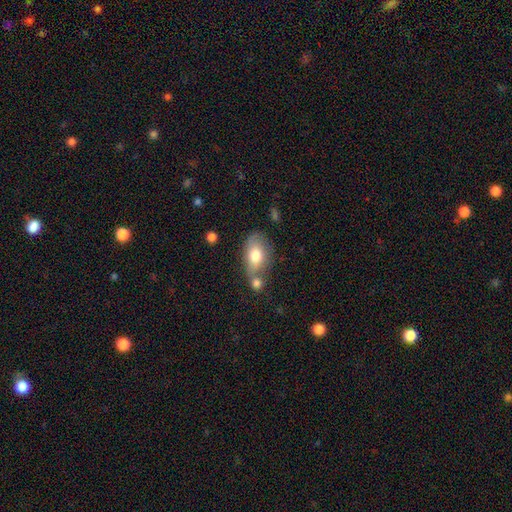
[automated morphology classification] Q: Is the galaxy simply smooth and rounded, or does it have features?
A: smooth — 73%.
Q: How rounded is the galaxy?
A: in between — 87%.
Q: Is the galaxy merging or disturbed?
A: none — 44%.